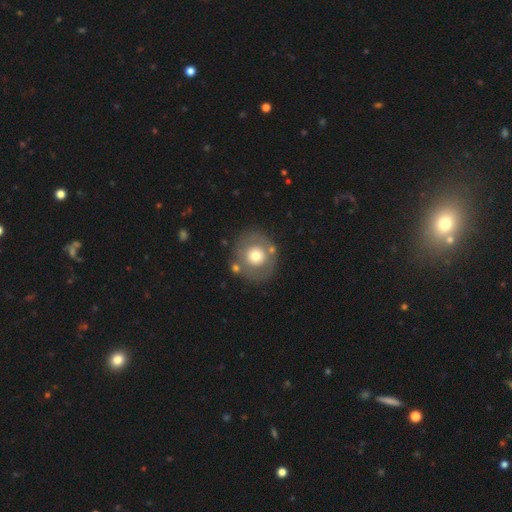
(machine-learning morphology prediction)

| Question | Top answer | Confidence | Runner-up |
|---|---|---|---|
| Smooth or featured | smooth | 59% | featured or disk (33%) |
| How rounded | round | 89% | in between (10%) |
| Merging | none | 78% | minor disturbance (10%) |